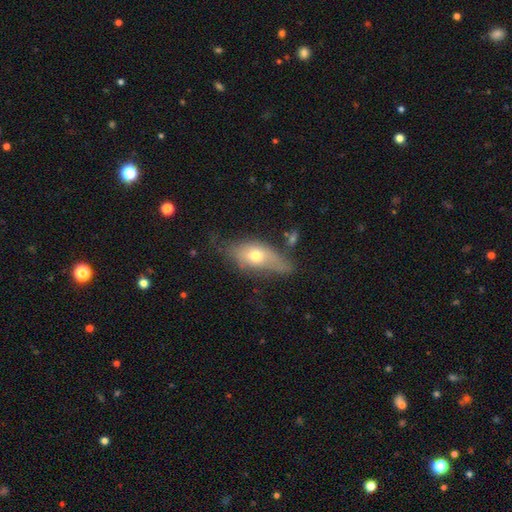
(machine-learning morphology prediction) smooth-or-featured: smooth: 62% | featured or disk: 29% | star or artifact: 9%
  how-rounded: in between: 81% | cigar-shaped: 10% | round: 9%
  merging: none: 38% | minor disturbance: 33% | major disturbance: 23% | merger: 6%